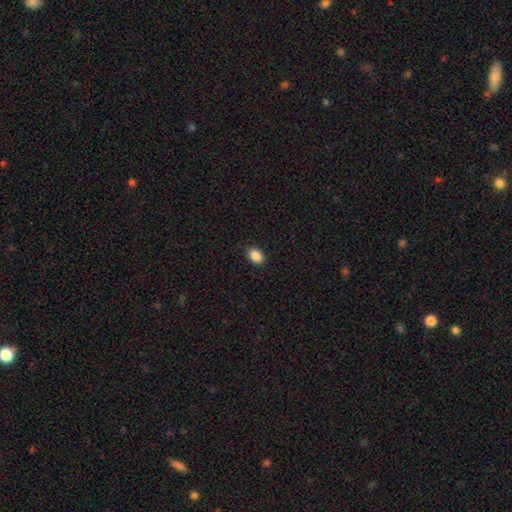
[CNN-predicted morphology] A smooth galaxy with no disk features (88%) that is in between round and cigar-shaped (69%).

Vote fractions:
- Smooth or featured? smooth: 88% / star or artifact: 9% / featured or disk: 4%
- How rounded? in between: 69% / round: 30% / cigar-shaped: 1%
- Merging? none: 90% / minor disturbance: 7% / major disturbance: 2% / merger: 1%